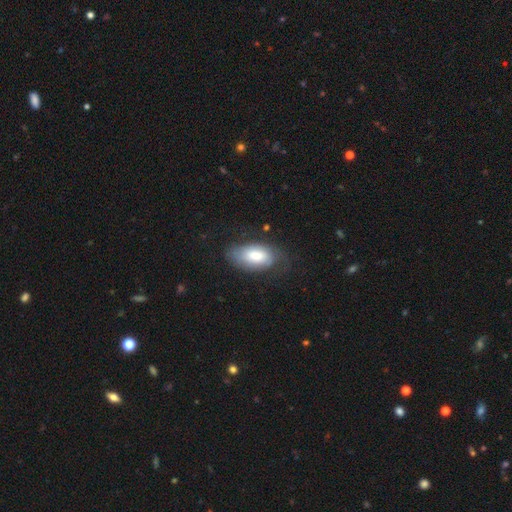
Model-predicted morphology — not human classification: A smooth galaxy with no disk features (66%) that is in between round and cigar-shaped (93%). Merging: none (55%).